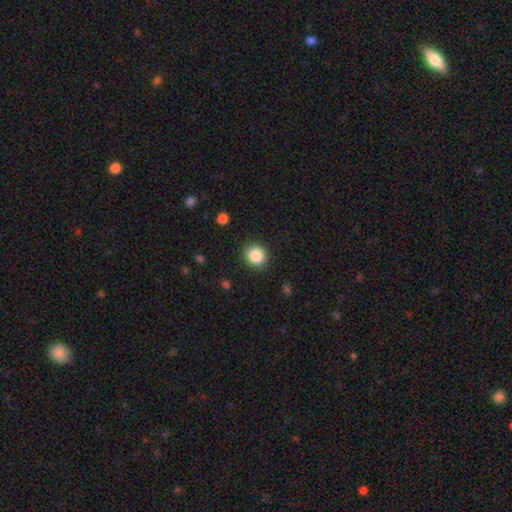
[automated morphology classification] Q: Smooth or featured?
A: smooth (86%); runner-up: star or artifact (9%)
Q: How rounded?
A: round (82%); runner-up: in between (17%)
Q: Merging?
A: none (89%); runner-up: minor disturbance (8%)